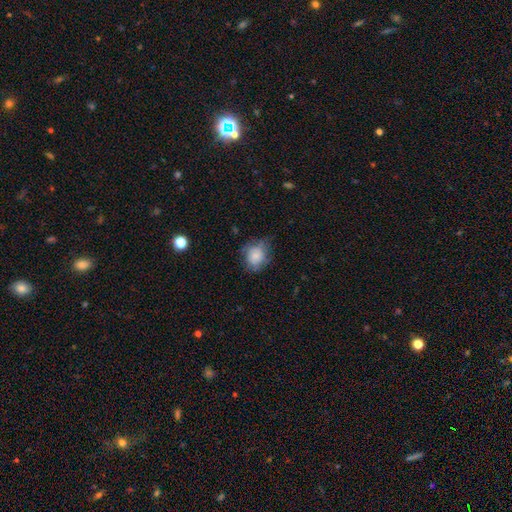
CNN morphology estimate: smooth 76%, featured or disk 16%, star or artifact 9%. Down the decision tree: how rounded — round (64%); merging — none (57%).